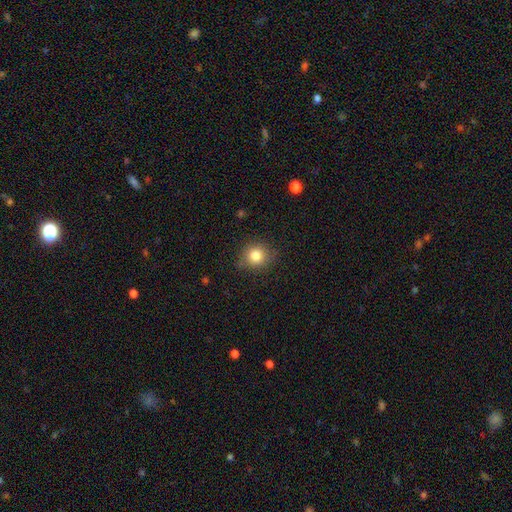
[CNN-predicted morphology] The model was most divided on "how rounded": round: 82%, in between: 17%, cigar-shaped: 1%. More confident: merging — none (83%); smooth or featured — smooth (81%).